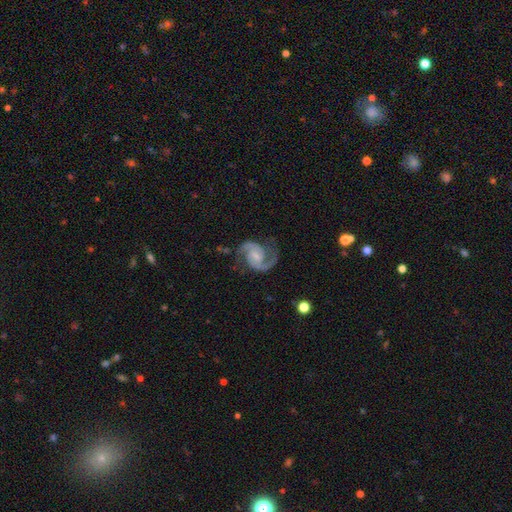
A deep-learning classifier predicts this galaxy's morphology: The model was most divided on "bar": weak: 52%, no: 33%, strong: 15%. More confident: spiral arms — yes (99%); edge-on disk — no (98%); spiral arm count — 2 (94%); smooth or featured — featured or disk (93%); merging — none (77%); spiral winding — medium (63%); bulge size — small (52%).